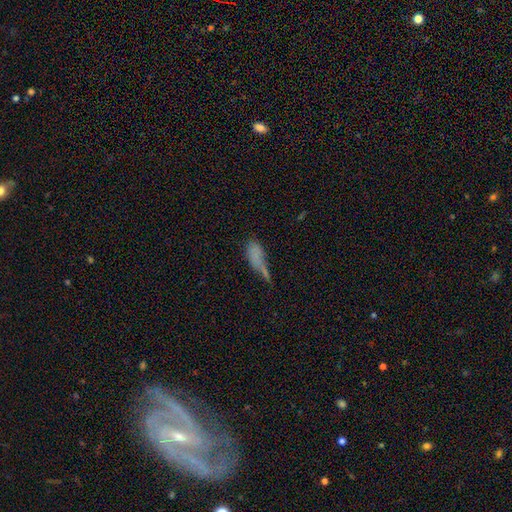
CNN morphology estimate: type=smooth (70%); roundness=in between (72%); merging=none (29%).